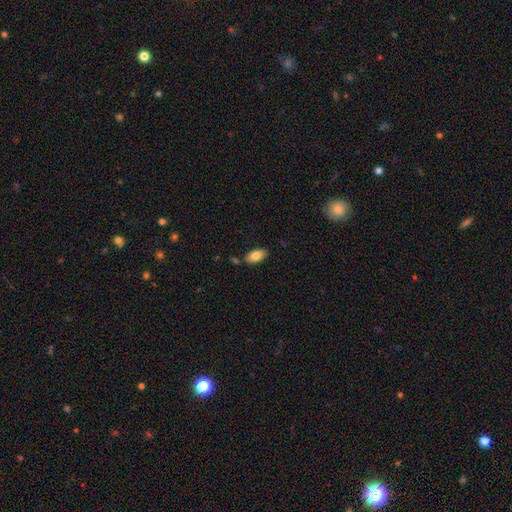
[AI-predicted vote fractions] A smooth galaxy with no disk features (80%) that is in between round and cigar-shaped (93%). Merging: none (80%).